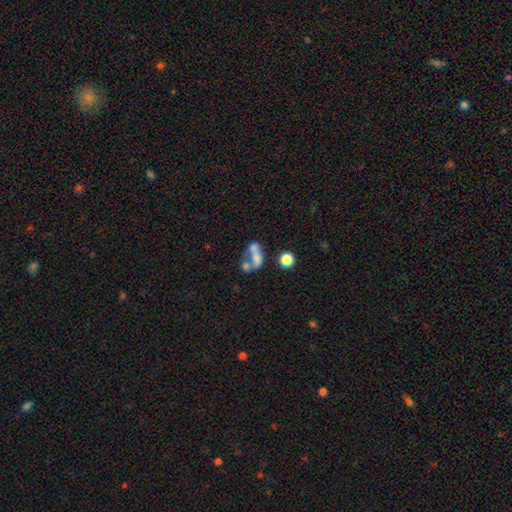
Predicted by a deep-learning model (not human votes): smooth-or-featured: smooth: 48% | featured or disk: 37% | star or artifact: 15%
  merging: merger: 54% | none: 19% | major disturbance: 17% | minor disturbance: 10%